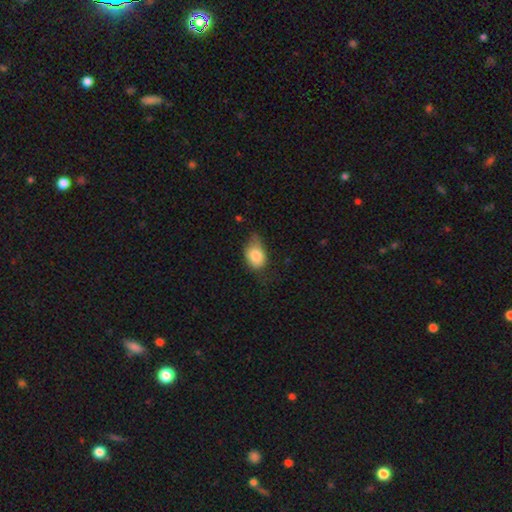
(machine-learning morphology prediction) This is clearly a smooth galaxy (82%). How rounded: likely in between (74%). Merging: marginally minor disturbance (45%).